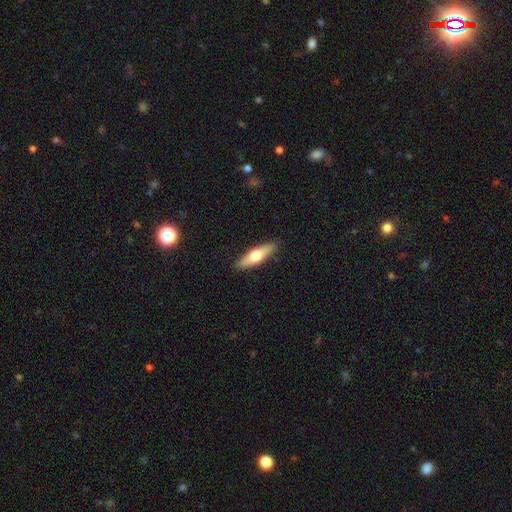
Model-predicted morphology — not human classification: This is possibly a smooth galaxy (58%). How rounded: possibly cigar-shaped (55%). Merging: clearly none (89%).